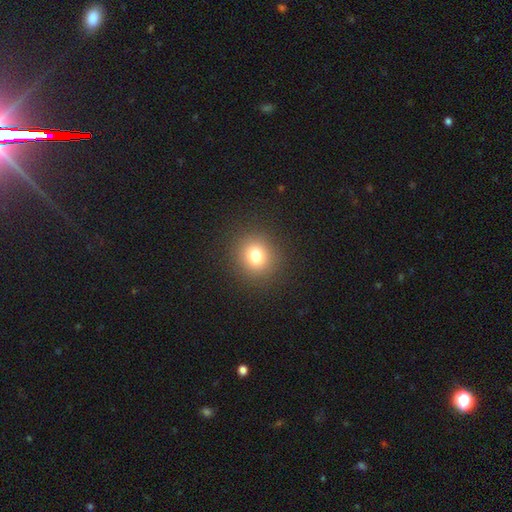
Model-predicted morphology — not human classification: type=smooth (77%); roundness=round (87%); merging=none (90%).